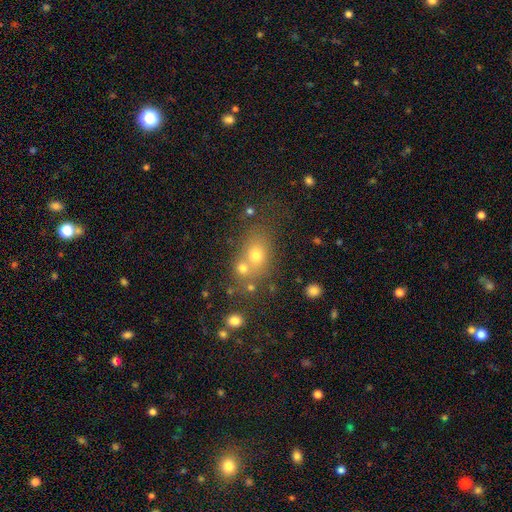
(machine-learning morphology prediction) The model was most divided on "how rounded": in between: 52%, round: 46%, cigar-shaped: 2%. More confident: smooth or featured — smooth (65%); merging — none (51%).